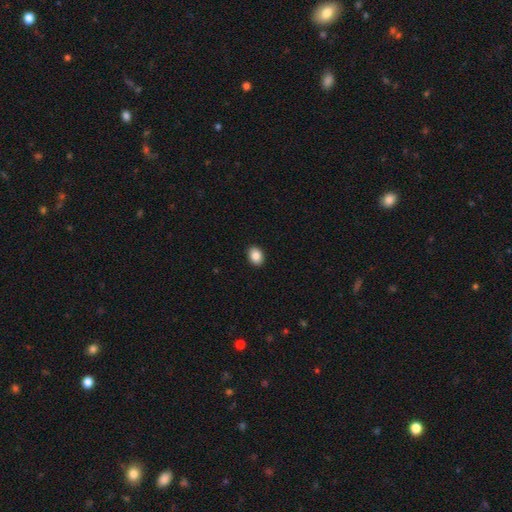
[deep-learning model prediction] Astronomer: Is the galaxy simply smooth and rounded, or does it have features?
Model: smooth — 88%.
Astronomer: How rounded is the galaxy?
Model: in between — 71%.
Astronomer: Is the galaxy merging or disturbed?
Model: none — 91%.